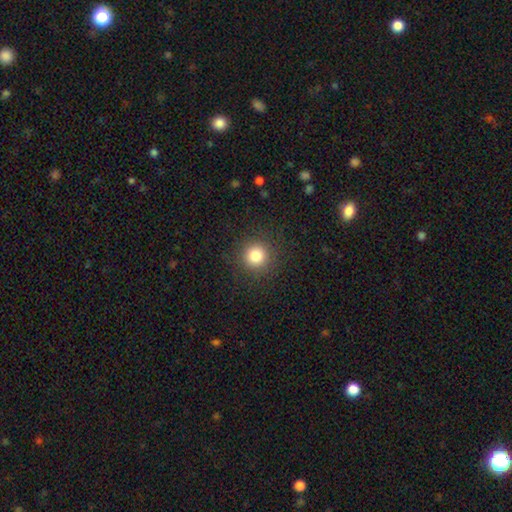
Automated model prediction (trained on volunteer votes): This is clearly a smooth galaxy (82%). How rounded: clearly round (95%). Merging: clearly none (89%).